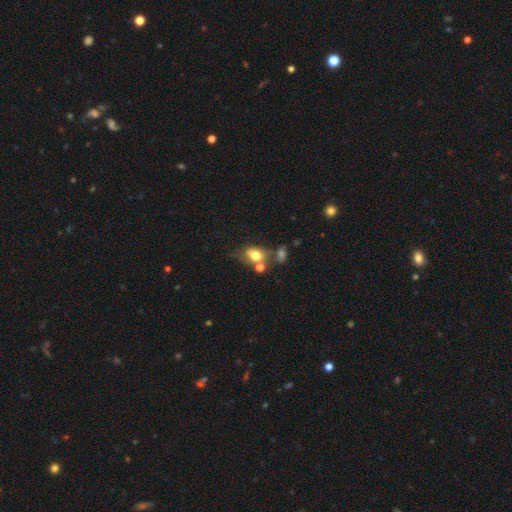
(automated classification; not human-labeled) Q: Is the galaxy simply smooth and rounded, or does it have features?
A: smooth — 72%.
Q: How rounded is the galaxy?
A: in between — 63%.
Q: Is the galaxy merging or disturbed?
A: none — 39%.